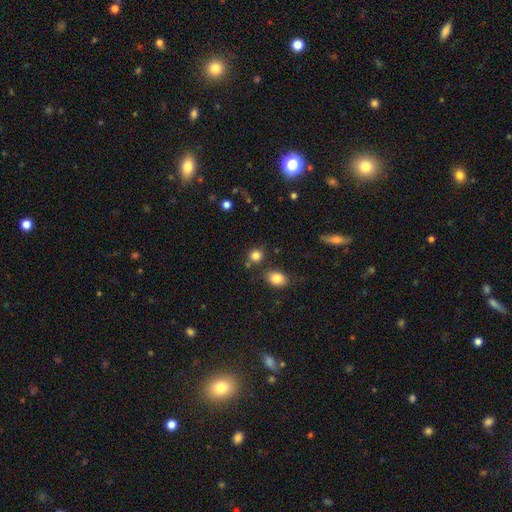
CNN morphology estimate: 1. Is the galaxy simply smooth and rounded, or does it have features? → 83% smooth, 12% star or artifact, 5% featured or disk.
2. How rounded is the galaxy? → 79% round, 20% in between, 1% cigar-shaped.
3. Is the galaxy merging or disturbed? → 76% none, 11% merger, 10% minor disturbance, 3% major disturbance.